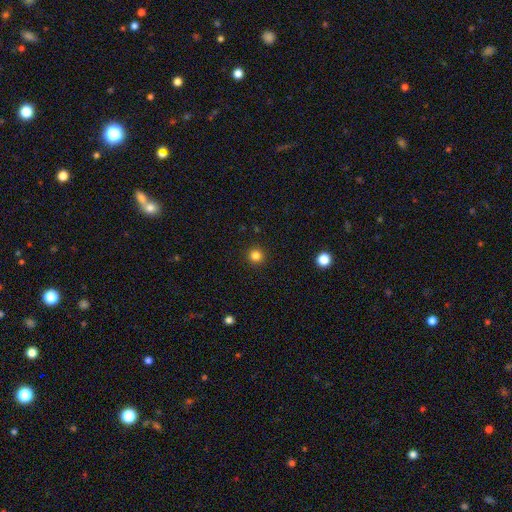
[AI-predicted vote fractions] smooth_or_featured: smooth (p=0.82) [alt: star or artifact p=0.13]
how_rounded: round (p=0.95) [alt: in between p=0.04]
merging: none (p=0.93) [alt: minor disturbance p=0.05]